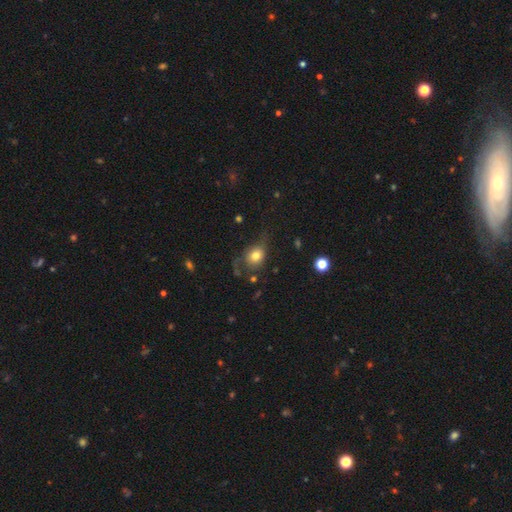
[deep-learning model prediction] smooth 72%, featured or disk 17%, star or artifact 11%. Down the decision tree: how rounded — round (51%); merging — none (48%).